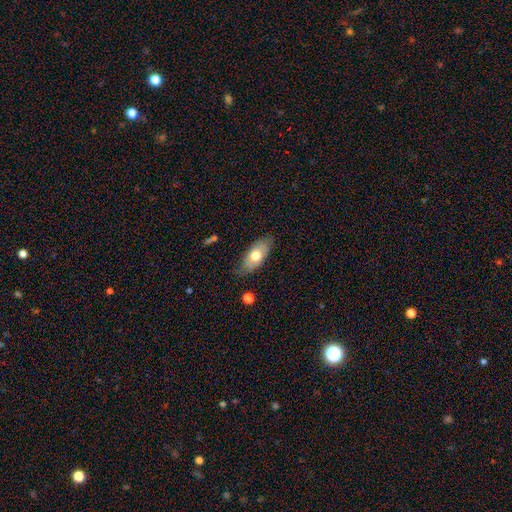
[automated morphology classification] smooth 65%, featured or disk 29%, star or artifact 6%. Down the decision tree: how rounded — in between (87%); merging — none (76%).